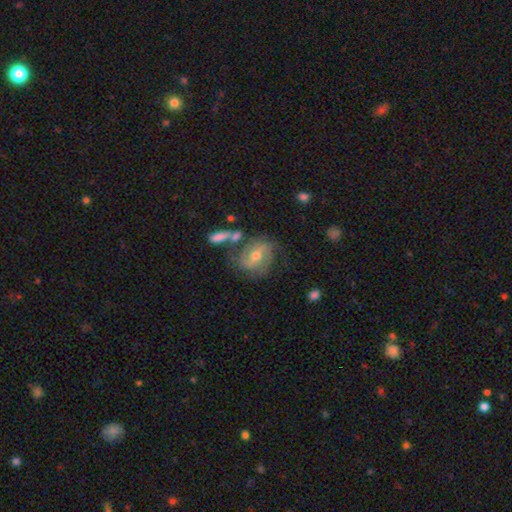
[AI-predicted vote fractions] A featured or disk galaxy (70%) with a weak bar (45%), 2 (68%) medium (43%) spiral arms (84%) and a moderate central bulge (68%). Merging: none (59%).